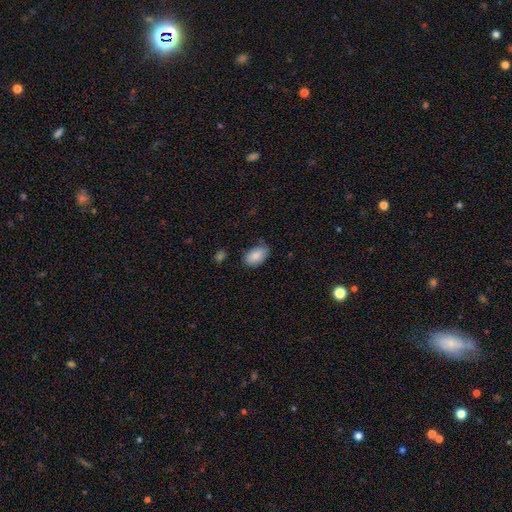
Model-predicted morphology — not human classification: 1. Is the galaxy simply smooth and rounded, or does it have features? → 86% smooth, 7% featured or disk, 7% star or artifact.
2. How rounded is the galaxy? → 92% in between, 7% round, 1% cigar-shaped.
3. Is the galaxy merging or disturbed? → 68% none, 26% minor disturbance, 4% major disturbance, 2% merger.